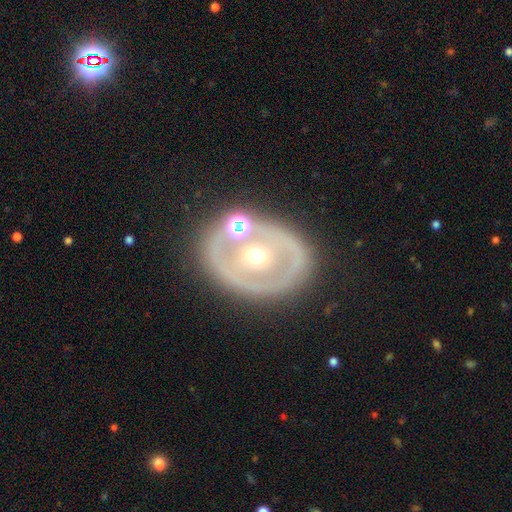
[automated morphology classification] Smooth or featured? Predicted: featured or disk (p=0.72). Edge-on disk? Predicted: no (p=0.94). Bar? Predicted: no (p=0.81). Spiral arms? Predicted: no (p=0.79). Bulge size? Predicted: moderate (p=0.53). Merging? Predicted: none (p=0.67).